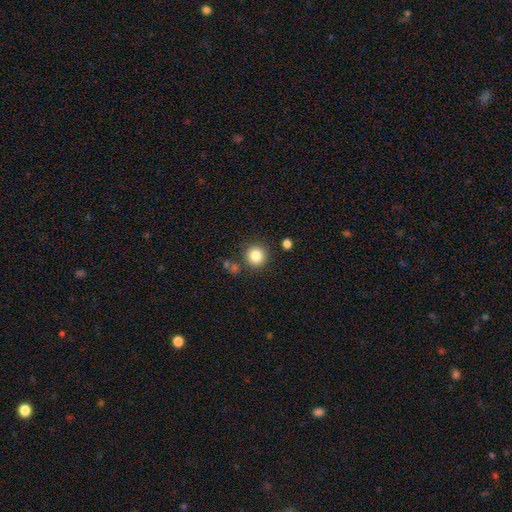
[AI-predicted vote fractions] A smooth galaxy with no disk features (85%) that is round (92%).

Vote fractions:
- Smooth or featured? smooth: 85% / star or artifact: 10% / featured or disk: 5%
- How rounded? round: 92% / in between: 7% / cigar-shaped: 1%
- Merging? none: 83% / minor disturbance: 8% / merger: 5% / major disturbance: 3%